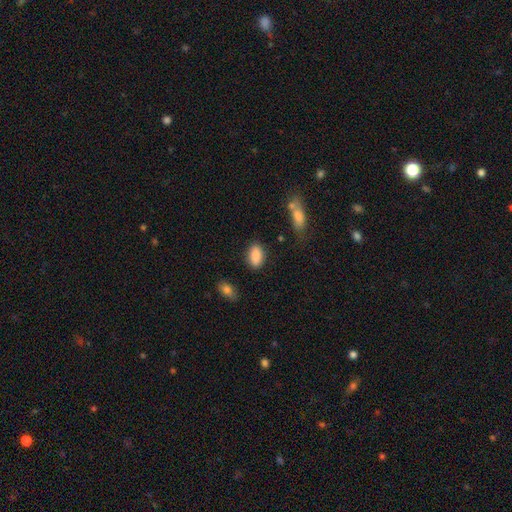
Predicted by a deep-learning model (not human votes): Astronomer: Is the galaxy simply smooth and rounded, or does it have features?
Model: smooth — 88%.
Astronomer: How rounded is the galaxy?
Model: in between — 91%.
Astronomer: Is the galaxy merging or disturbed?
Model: none — 82%.